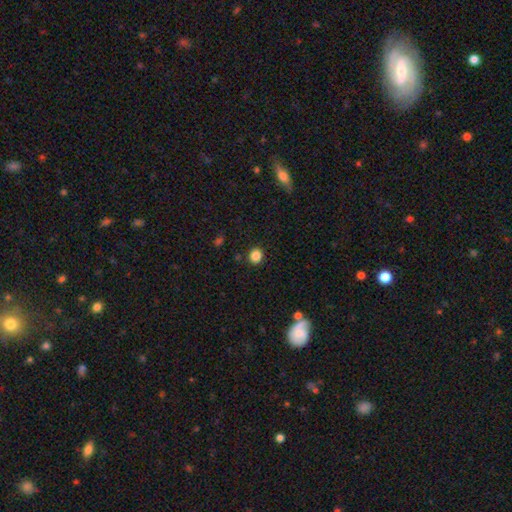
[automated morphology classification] smooth-or-featured: smooth: 85% | star or artifact: 11% | featured or disk: 4%
  how-rounded: round: 83% | in between: 16% | cigar-shaped: 1%
  merging: none: 90% | minor disturbance: 6% | major disturbance: 2% | merger: 2%